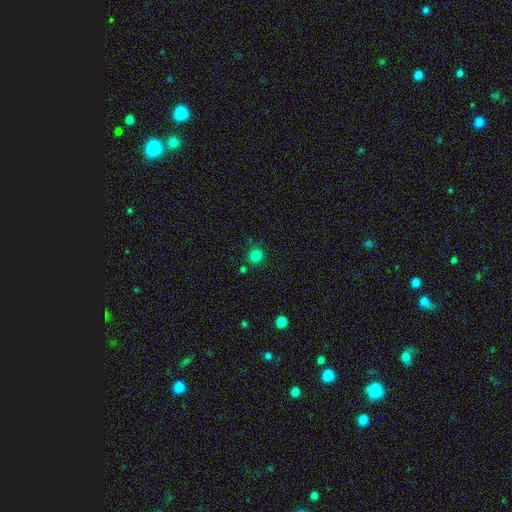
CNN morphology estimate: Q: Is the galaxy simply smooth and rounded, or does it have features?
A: smooth — 82%.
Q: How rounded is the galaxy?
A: round — 90%.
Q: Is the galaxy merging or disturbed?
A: none — 81%.